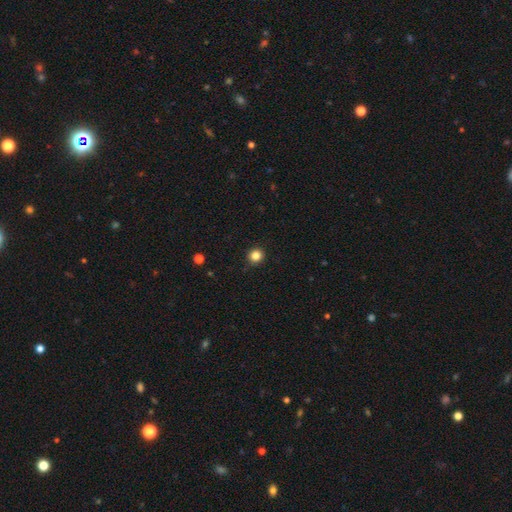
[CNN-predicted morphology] Smooth or featured?
  - smooth: 84% *
  - star or artifact: 12%
  - featured or disk: 4%
How rounded?
  - round: 92% *
  - in between: 7%
  - cigar-shaped: 1%
Merging?
  - none: 91% *
  - minor disturbance: 7%
  - major disturbance: 2%
  - merger: 1%